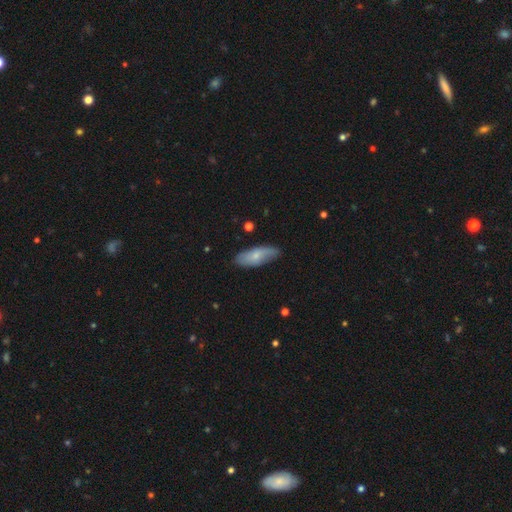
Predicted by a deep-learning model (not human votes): Q: Smooth or featured?
A: smooth (66%); runner-up: featured or disk (28%)
Q: How rounded?
A: in between (72%); runner-up: cigar-shaped (25%)
Q: Merging?
A: none (78%); runner-up: minor disturbance (18%)